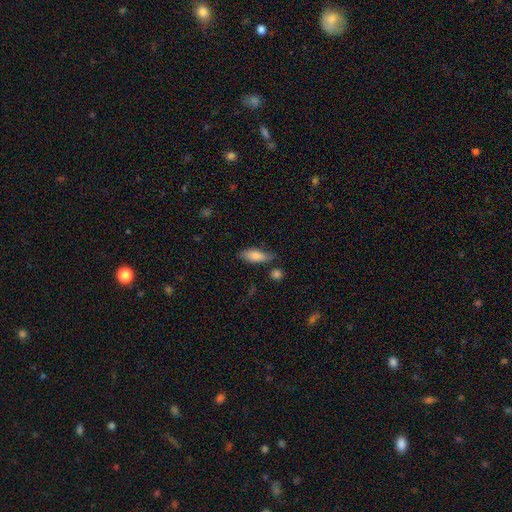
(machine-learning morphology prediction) smooth_or_featured: smooth (p=0.80) [alt: featured or disk p=0.13]
how_rounded: in between (p=0.71) [alt: cigar-shaped p=0.26]
merging: none (p=0.71) [alt: minor disturbance p=0.20]